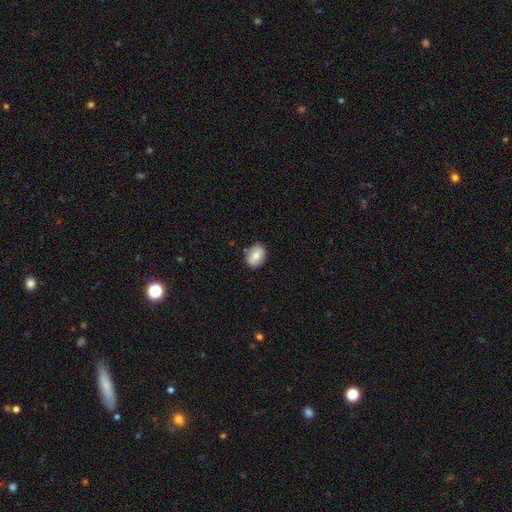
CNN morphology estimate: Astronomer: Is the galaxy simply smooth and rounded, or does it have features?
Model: smooth — 78%.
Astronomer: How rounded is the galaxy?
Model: in between — 61% (runner-up: round, 37%).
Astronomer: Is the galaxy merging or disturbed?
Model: none — 84%.